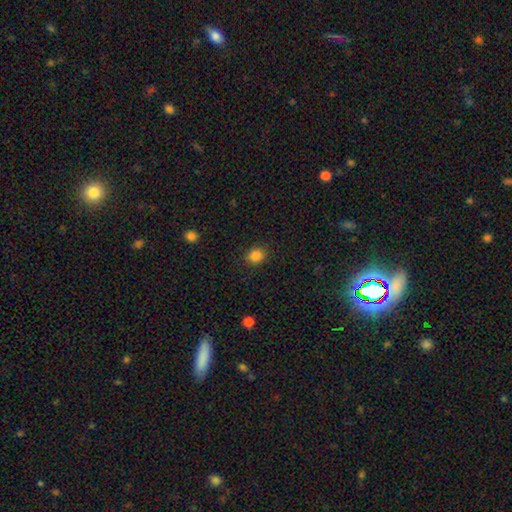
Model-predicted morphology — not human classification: Q: Smooth or featured?
A: smooth (85%); runner-up: star or artifact (11%)
Q: How rounded?
A: round (71%); runner-up: in between (29%)
Q: Merging?
A: none (88%); runner-up: minor disturbance (8%)